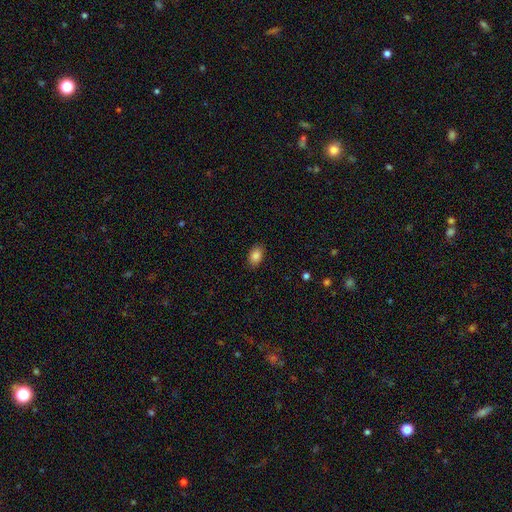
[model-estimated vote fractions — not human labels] Morphology: type=smooth (86%); roundness=in between (87%); merging=none (87%).